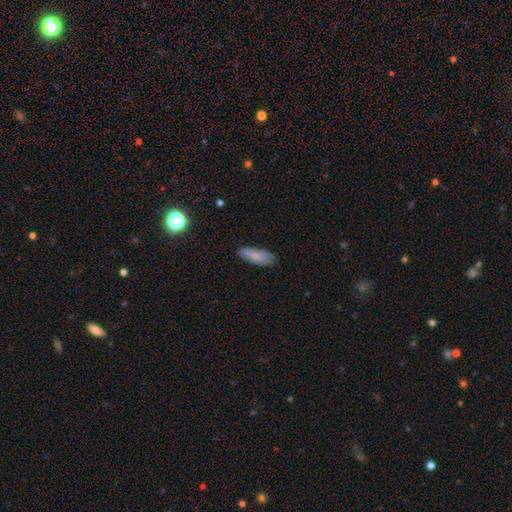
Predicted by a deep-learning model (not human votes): smooth 79%, featured or disk 13%, star or artifact 8%. Down the decision tree: how rounded — in between (70%); merging — none (79%).